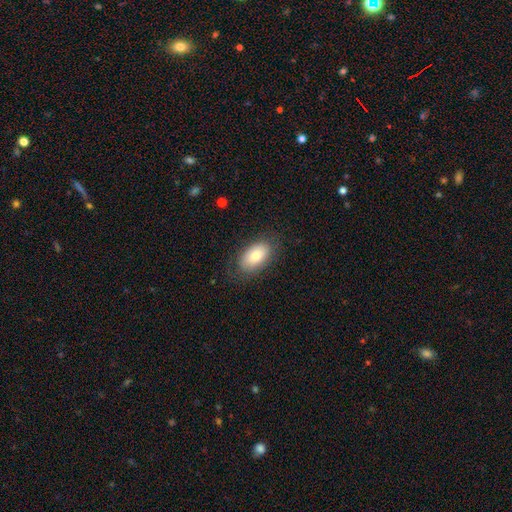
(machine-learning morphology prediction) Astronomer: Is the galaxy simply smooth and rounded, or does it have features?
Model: smooth — 79%.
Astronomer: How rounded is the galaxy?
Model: in between — 93%.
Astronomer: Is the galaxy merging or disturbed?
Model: none — 77%.